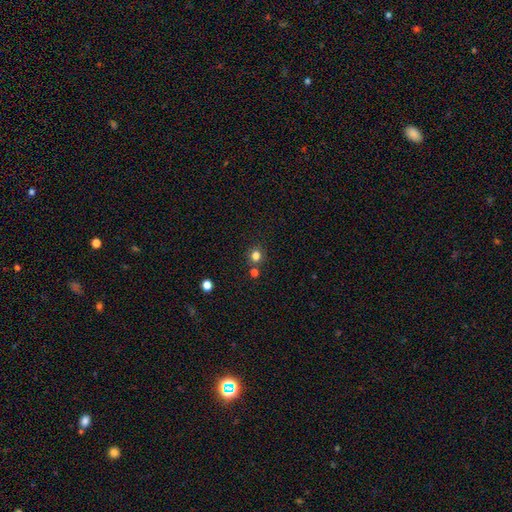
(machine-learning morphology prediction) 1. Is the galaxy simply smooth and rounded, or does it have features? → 79% smooth, 15% star or artifact, 6% featured or disk.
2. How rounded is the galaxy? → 86% round, 13% in between, 1% cigar-shaped.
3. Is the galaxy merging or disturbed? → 76% none, 12% merger, 8% minor disturbance, 3% major disturbance.